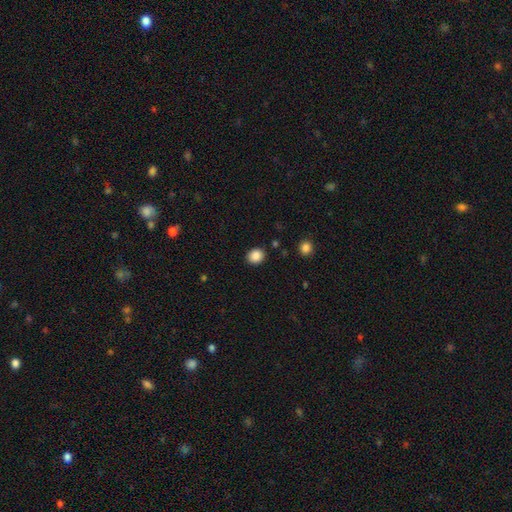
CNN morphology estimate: A smooth galaxy with no disk features (87%) that is round (71%).

Vote fractions:
- Smooth or featured? smooth: 87% / star or artifact: 9% / featured or disk: 4%
- How rounded? round: 71% / in between: 28% / cigar-shaped: 1%
- Merging? none: 89% / minor disturbance: 7% / major disturbance: 2% / merger: 2%